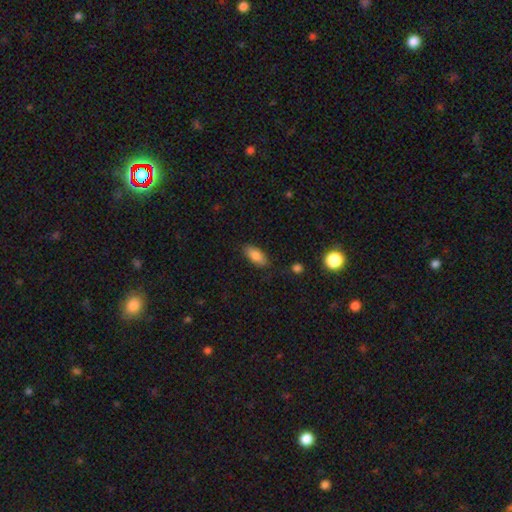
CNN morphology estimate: Smooth or featured? smooth (83%)
How rounded? in between (87%)
Merging? none (82%)